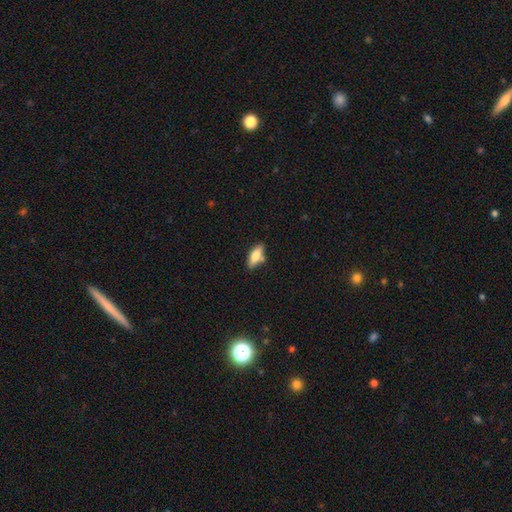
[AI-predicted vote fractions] Morphology: type=smooth (70%); roundness=in between (70%); merging=none (73%).